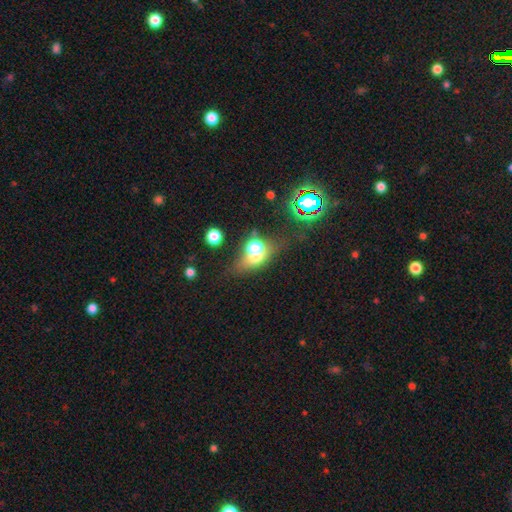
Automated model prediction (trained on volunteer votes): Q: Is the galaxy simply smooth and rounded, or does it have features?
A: smooth — 55%.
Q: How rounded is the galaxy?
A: in between — 57%.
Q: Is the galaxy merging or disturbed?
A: merger — 44%.